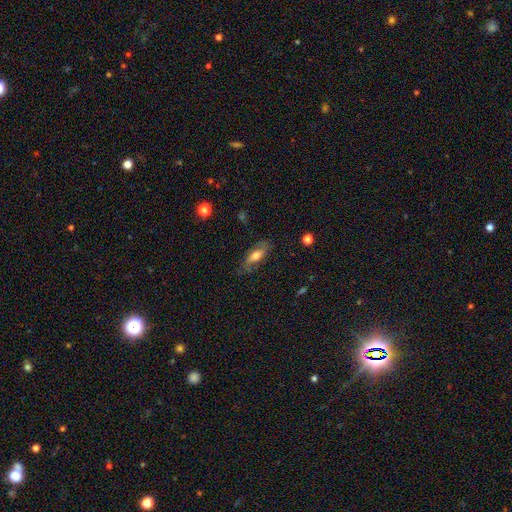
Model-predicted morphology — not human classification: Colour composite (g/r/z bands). It shows a smooth galaxy with no disk features (47%). Merging: none (73%).